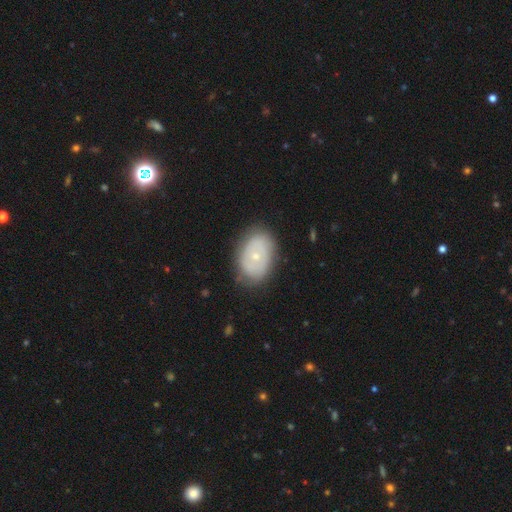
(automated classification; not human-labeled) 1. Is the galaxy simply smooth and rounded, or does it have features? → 48% smooth, 45% featured or disk, 7% star or artifact.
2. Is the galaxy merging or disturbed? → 78% none, 16% minor disturbance, 5% major disturbance, 1% merger.